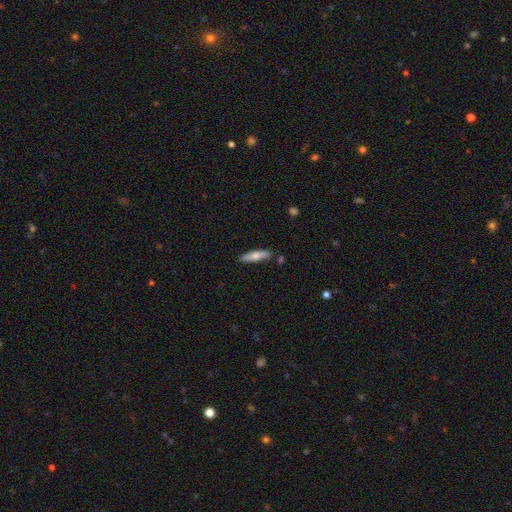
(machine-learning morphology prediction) Smooth or featured: smooth — 62% (featured or disk — 32%)
How rounded: cigar-shaped — 71% (in between — 27%)
Merging: none — 84% (minor disturbance — 11%)